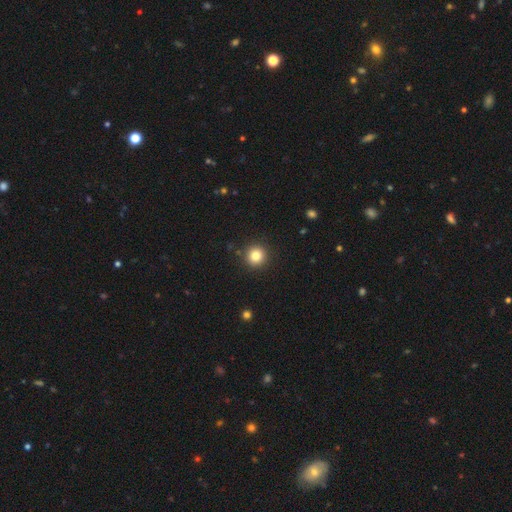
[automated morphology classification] This is clearly a smooth galaxy (82%). How rounded: clearly round (94%). Merging: clearly none (91%).